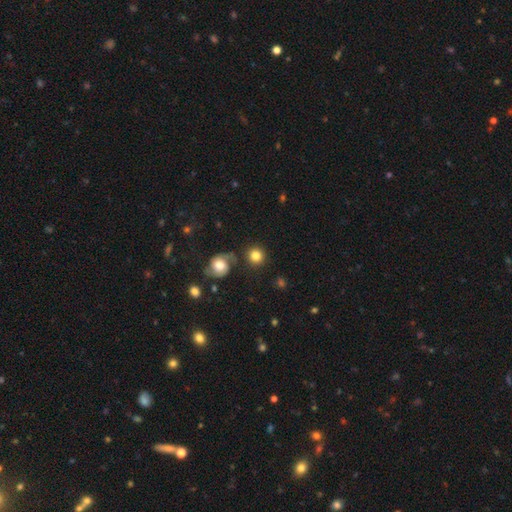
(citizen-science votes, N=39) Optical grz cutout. It shows a smooth galaxy with no disk features (79%) that is round (97%). Merging: none (86%).